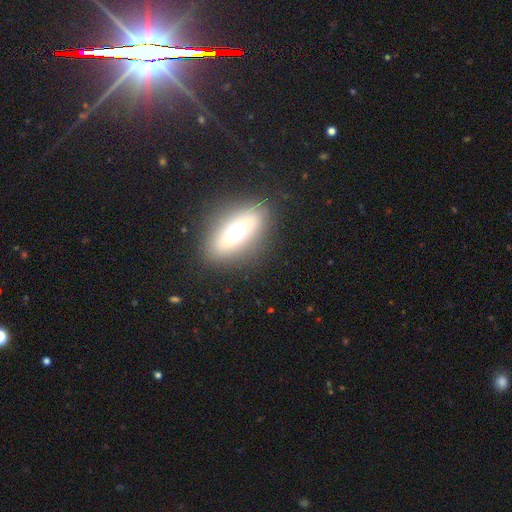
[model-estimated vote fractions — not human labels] Smooth or featured?
  - smooth: 45% *
  - featured or disk: 39%
  - star or artifact: 16%
Merging?
  - none: 84% *
  - minor disturbance: 10%
  - major disturbance: 4%
  - merger: 2%